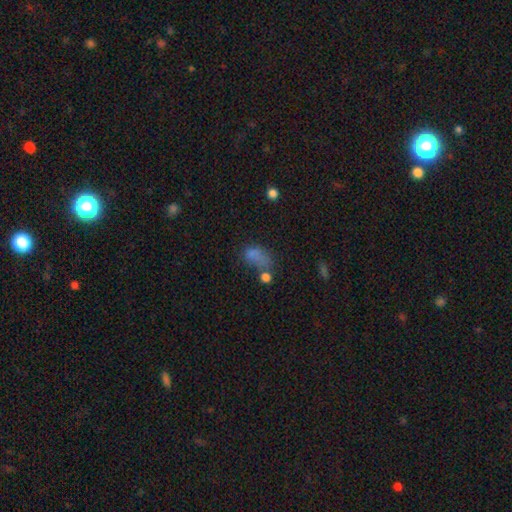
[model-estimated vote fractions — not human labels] Smooth or featured?
  - smooth: 65% *
  - star or artifact: 19%
  - featured or disk: 16%
How rounded?
  - in between: 78% *
  - round: 19%
  - cigar-shaped: 3%
Merging?
  - none: 29% *
  - major disturbance: 26%
  - merger: 24%
  - minor disturbance: 21%